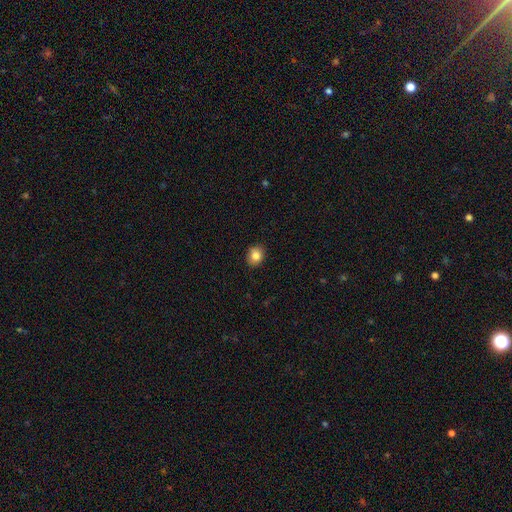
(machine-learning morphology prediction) This is clearly a smooth galaxy (84%). How rounded: possibly round (57%). Merging: clearly none (90%).